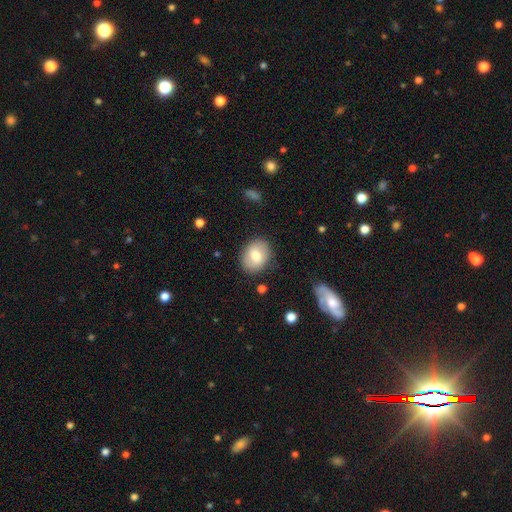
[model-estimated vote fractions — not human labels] A smooth galaxy with no disk features (76%) that is in between round and cigar-shaped (51%).

Vote fractions:
- Smooth or featured? smooth: 76% / featured or disk: 17% / star or artifact: 8%
- How rounded? in between: 51% / round: 48% / cigar-shaped: 1%
- Merging? none: 84% / minor disturbance: 11% / major disturbance: 3% / merger: 1%